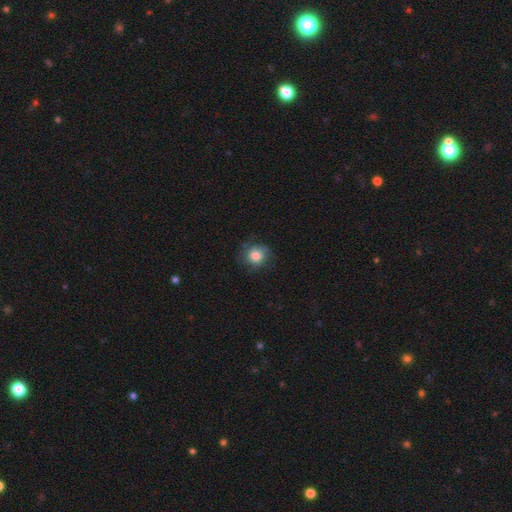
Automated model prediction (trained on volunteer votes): smooth 77%, featured or disk 13%, star or artifact 9%. Down the decision tree: how rounded — round (84%); merging — none (72%).